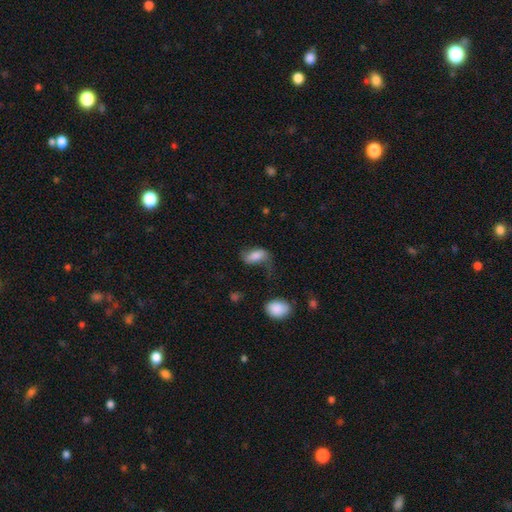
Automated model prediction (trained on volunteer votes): smooth 66%, featured or disk 25%, star or artifact 9%. Down the decision tree: how rounded — in between (90%); merging — none (39%).